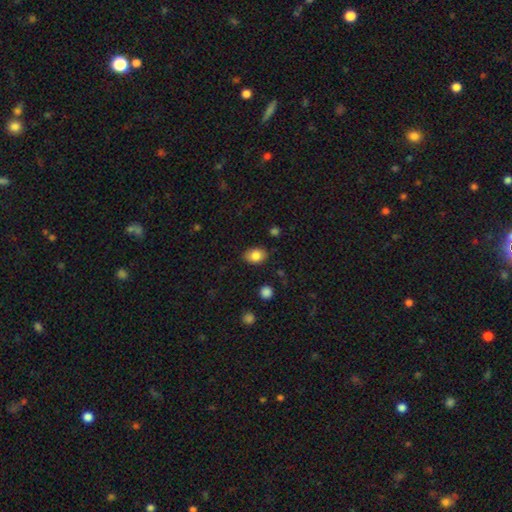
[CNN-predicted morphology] A smooth galaxy with no disk features (84%) that is in between round and cigar-shaped (74%).

Vote fractions:
- Smooth or featured? smooth: 84% / star or artifact: 9% / featured or disk: 8%
- How rounded? in between: 74% / round: 25% / cigar-shaped: 1%
- Merging? none: 85% / minor disturbance: 11% / major disturbance: 2% / merger: 2%